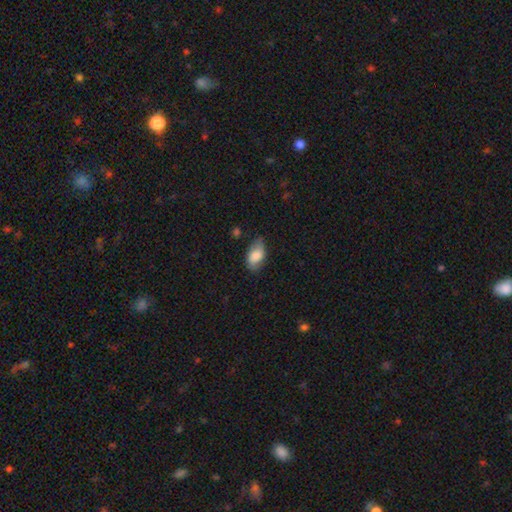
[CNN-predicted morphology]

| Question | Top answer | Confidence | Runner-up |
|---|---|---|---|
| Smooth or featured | smooth | 74% | featured or disk (19%) |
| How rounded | in between | 92% | round (5%) |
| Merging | none | 66% | minor disturbance (26%) |